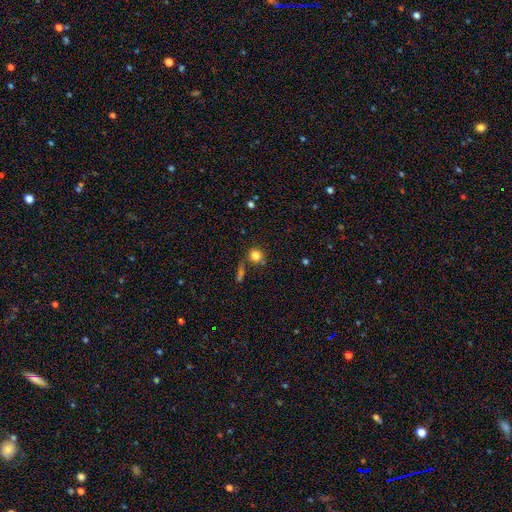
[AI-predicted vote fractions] A smooth galaxy with no disk features (81%) that is round (86%). Merging: none (67%).